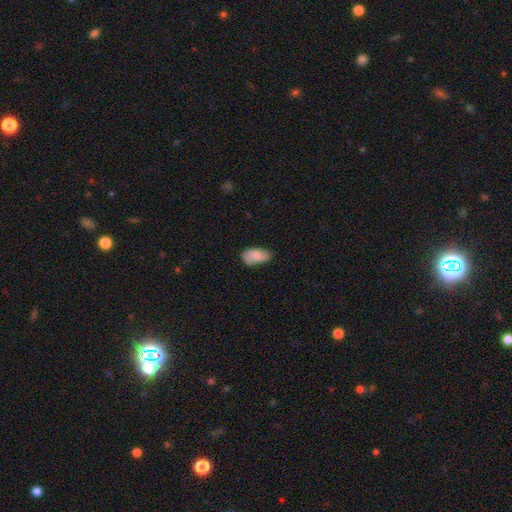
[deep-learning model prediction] A smooth galaxy with no disk features (74%) that is in between round and cigar-shaped (93%).

Vote fractions:
- Smooth or featured? smooth: 74% / featured or disk: 18% / star or artifact: 7%
- How rounded? in between: 93% / round: 4% / cigar-shaped: 3%
- Merging? none: 51% / minor disturbance: 37% / major disturbance: 9% / merger: 3%